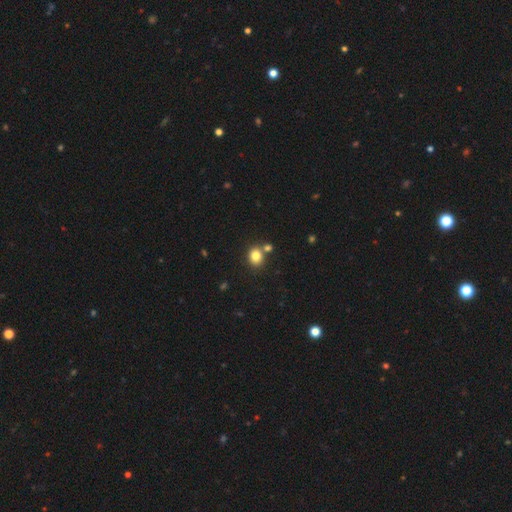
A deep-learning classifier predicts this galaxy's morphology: smooth-or-featured: smooth: 82% | star or artifact: 12% | featured or disk: 7%
  how-rounded: round: 66% | in between: 33% | cigar-shaped: 1%
  merging: none: 69% | merger: 19% | minor disturbance: 10% | major disturbance: 3%